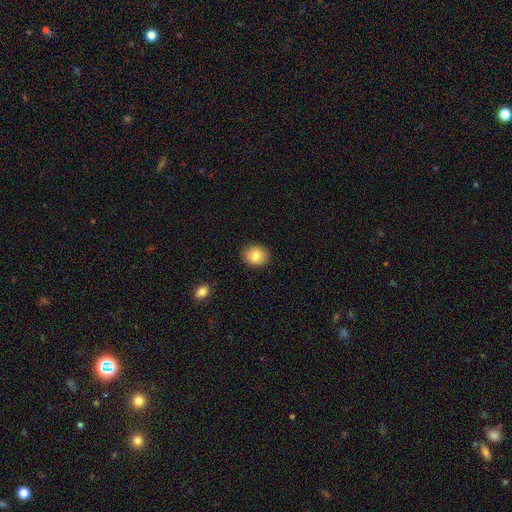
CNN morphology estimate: smooth_or_featured: smooth (p=0.82) [alt: featured or disk p=0.09]
how_rounded: round (p=0.64) [alt: in between p=0.35]
merging: none (p=0.89) [alt: minor disturbance p=0.08]